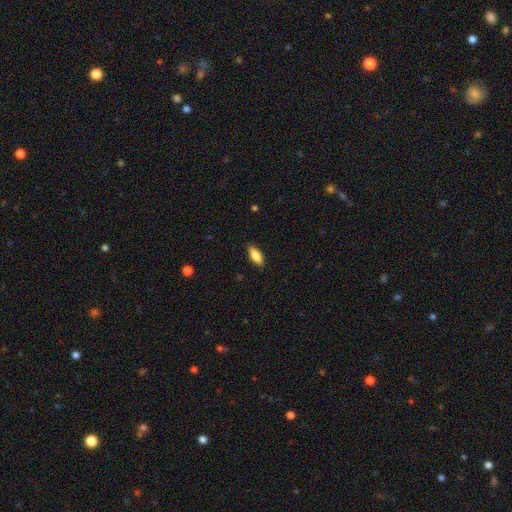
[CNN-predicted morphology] A smooth galaxy with no disk features (80%) that is in between round and cigar-shaped (78%). Merging: none (87%).